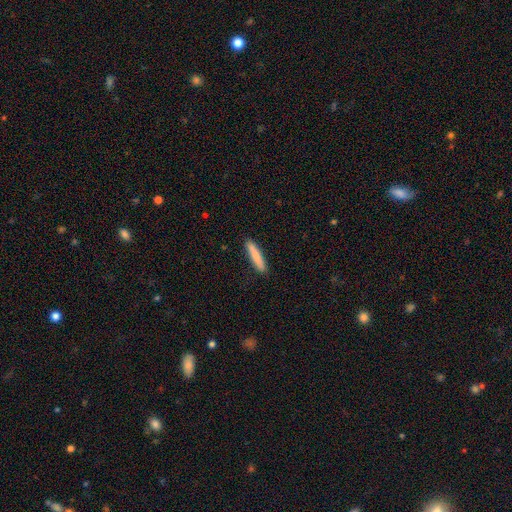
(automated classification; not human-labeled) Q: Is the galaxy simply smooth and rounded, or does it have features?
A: smooth — 84%.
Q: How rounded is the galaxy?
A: cigar-shaped — 90%.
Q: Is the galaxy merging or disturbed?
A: none — 90%.